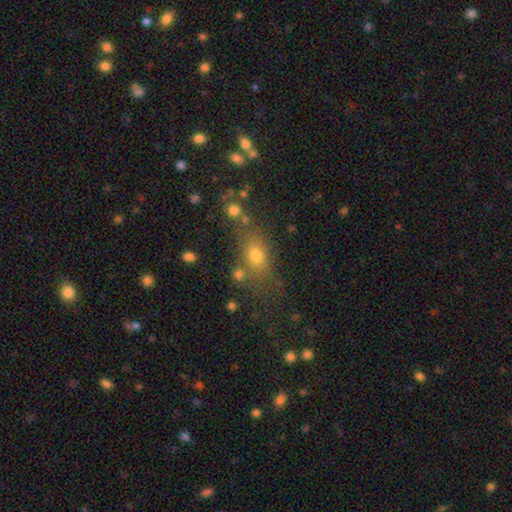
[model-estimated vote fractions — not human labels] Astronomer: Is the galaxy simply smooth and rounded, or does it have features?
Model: smooth — 71%.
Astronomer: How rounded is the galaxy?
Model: in between — 68%.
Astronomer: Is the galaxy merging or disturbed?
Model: none — 64%.